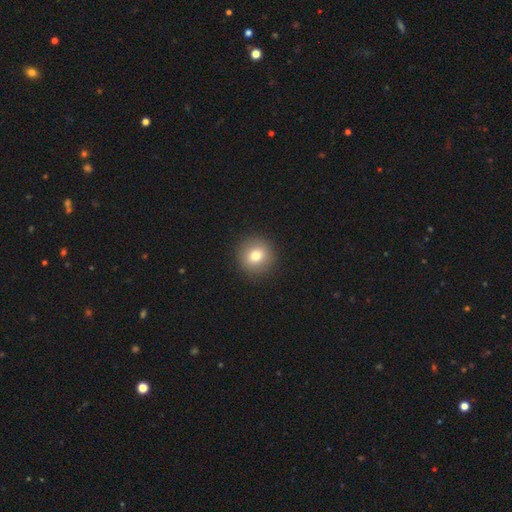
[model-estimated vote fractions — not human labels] Smooth or featured? Predicted: smooth (p=0.78). How rounded? Predicted: round (p=0.93). Merging? Predicted: none (p=0.91).